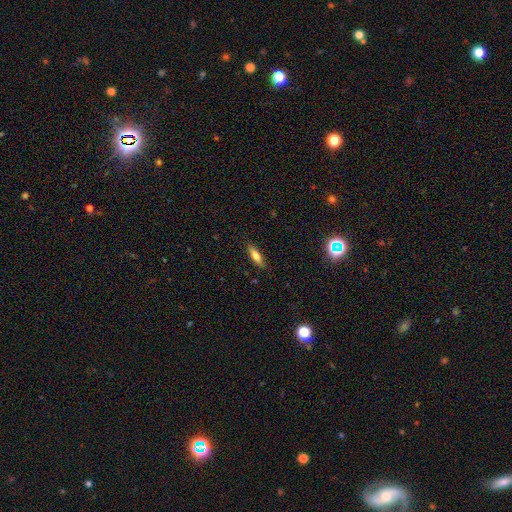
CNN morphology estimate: A smooth galaxy with no disk features (70%) that is in between round and cigar-shaped (49%, tied with cigar-shaped). Merging: none (85%).